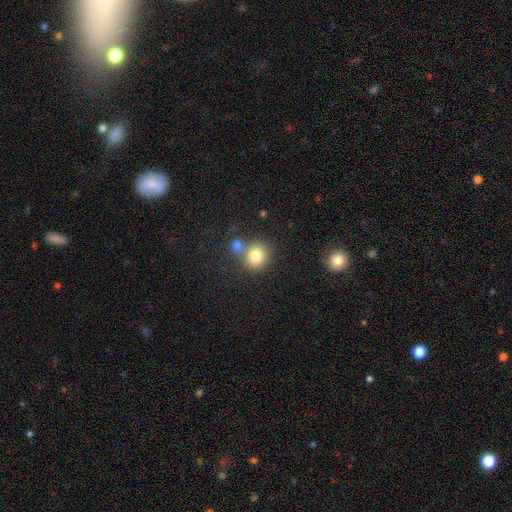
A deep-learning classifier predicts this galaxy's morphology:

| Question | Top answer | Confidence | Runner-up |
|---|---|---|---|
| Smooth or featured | smooth | 80% | star or artifact (11%) |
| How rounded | round | 83% | in between (16%) |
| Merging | none | 58% | merger (29%) |